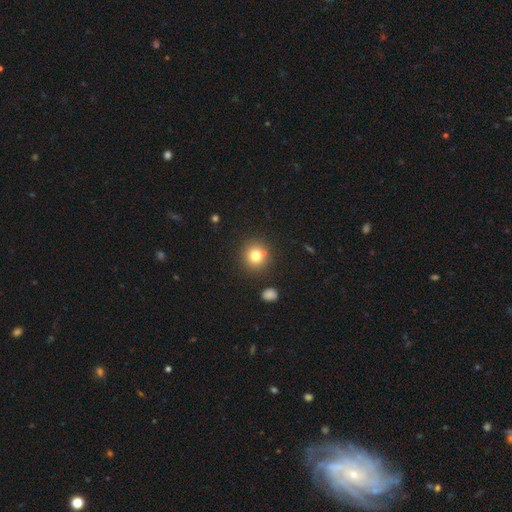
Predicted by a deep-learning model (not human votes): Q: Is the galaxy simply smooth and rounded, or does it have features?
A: smooth — 77%.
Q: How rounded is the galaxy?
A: round — 92%.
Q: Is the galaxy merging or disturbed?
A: none — 84%.